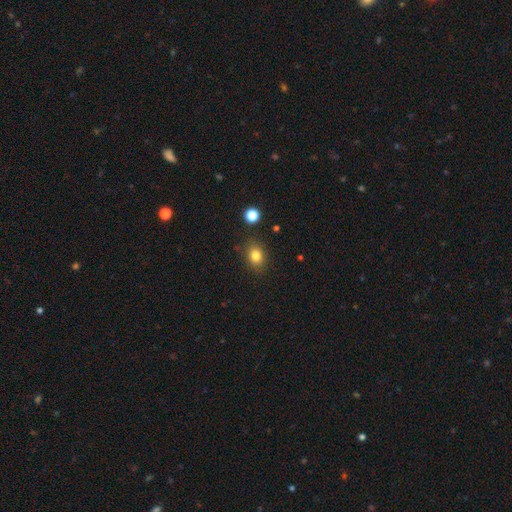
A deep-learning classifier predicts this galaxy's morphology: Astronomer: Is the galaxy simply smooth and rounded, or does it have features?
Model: smooth — 81%.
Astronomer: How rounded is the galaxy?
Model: in between — 51% (runner-up: round, 48%).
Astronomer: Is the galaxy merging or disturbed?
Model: none — 83%.